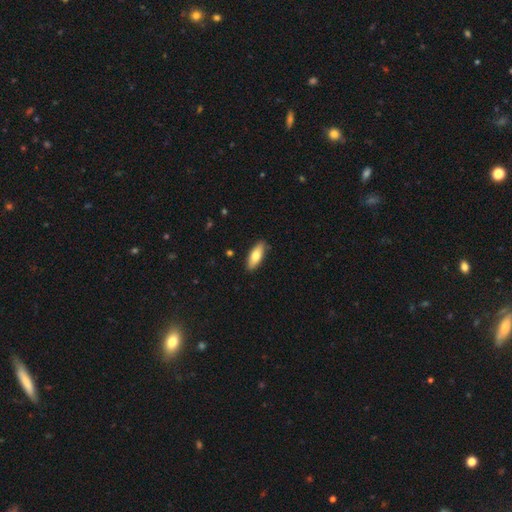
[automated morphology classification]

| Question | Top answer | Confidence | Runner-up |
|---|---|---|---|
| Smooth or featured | smooth | 74% | featured or disk (20%) |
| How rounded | in between | 72% | cigar-shaped (25%) |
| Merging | none | 87% | minor disturbance (10%) |